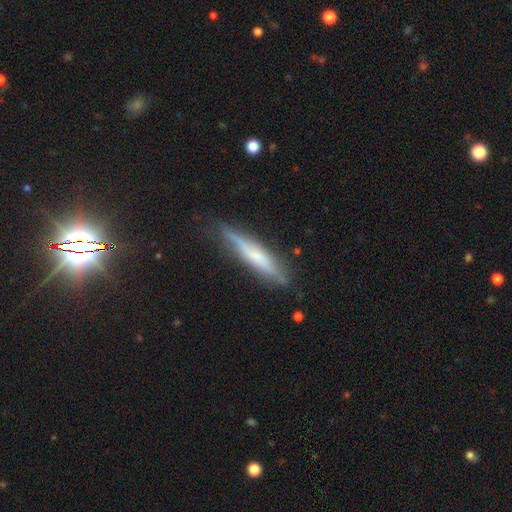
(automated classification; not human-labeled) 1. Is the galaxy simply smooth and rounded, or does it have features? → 48% featured or disk, 45% smooth, 7% star or artifact.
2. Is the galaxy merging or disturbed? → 69% none, 23% minor disturbance, 5% major disturbance, 2% merger.